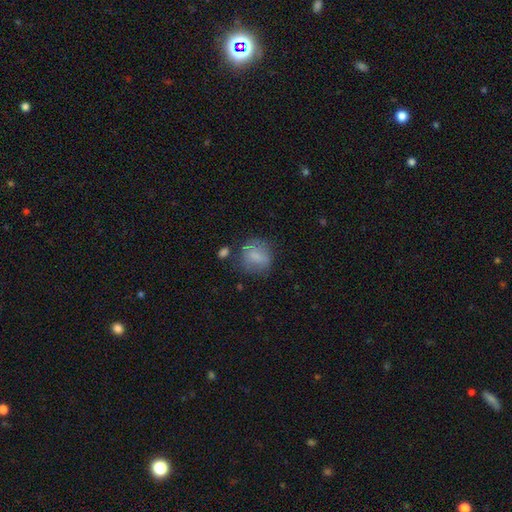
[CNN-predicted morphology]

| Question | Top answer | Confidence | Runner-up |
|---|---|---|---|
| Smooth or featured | smooth | 69% | featured or disk (21%) |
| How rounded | round | 67% | in between (31%) |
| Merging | none | 61% | minor disturbance (23%) |